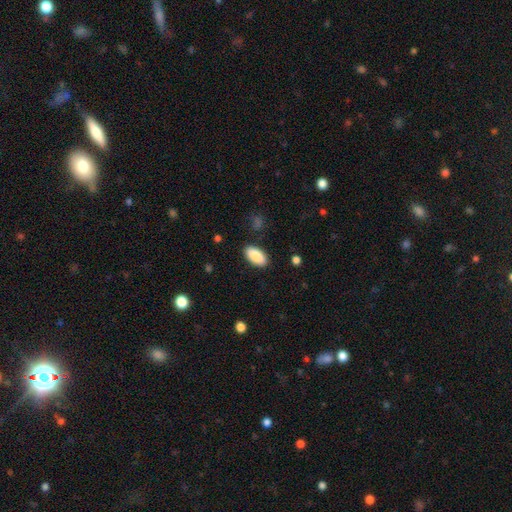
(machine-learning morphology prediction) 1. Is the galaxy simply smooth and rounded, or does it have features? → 89% smooth, 6% star or artifact, 5% featured or disk.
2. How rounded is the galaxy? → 94% in between, 4% cigar-shaped, 2% round.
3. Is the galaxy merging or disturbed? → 88% none, 8% minor disturbance, 2% major disturbance, 1% merger.